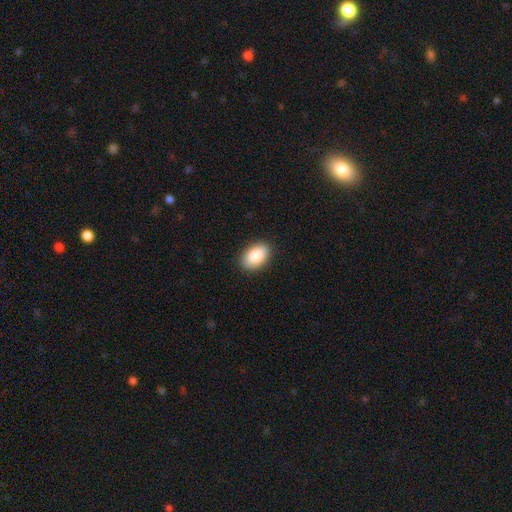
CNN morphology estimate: smooth 89%, star or artifact 6%, featured or disk 5%. Down the decision tree: how rounded — in between (92%); merging — none (89%).